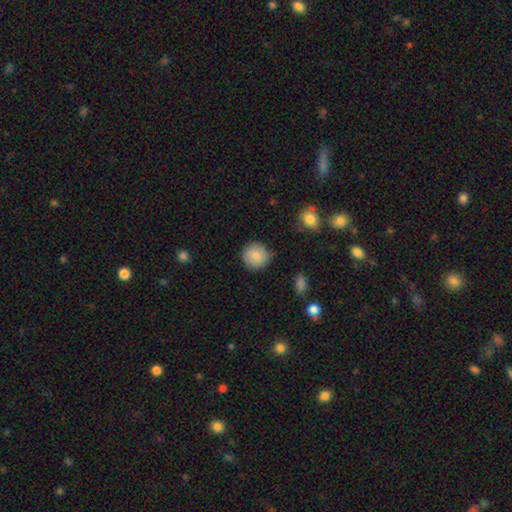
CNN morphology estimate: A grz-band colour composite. It shows a smooth galaxy with no disk features (85%) that is round (91%). Merging: none (85%).